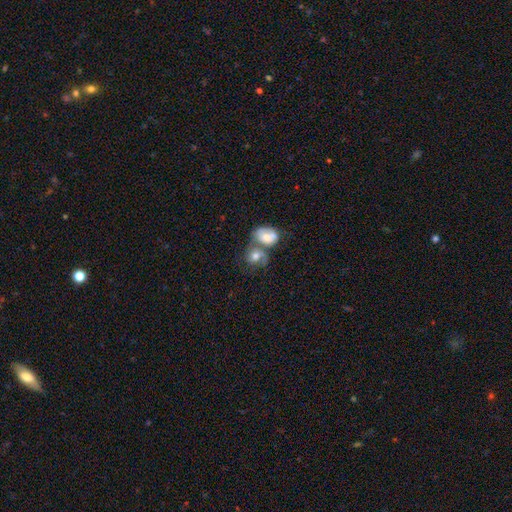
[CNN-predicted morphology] Q: Smooth or featured?
A: smooth (57%); runner-up: featured or disk (34%)
Q: How rounded?
A: round (57%); runner-up: in between (42%)
Q: Merging?
A: merger (60%); runner-up: none (22%)